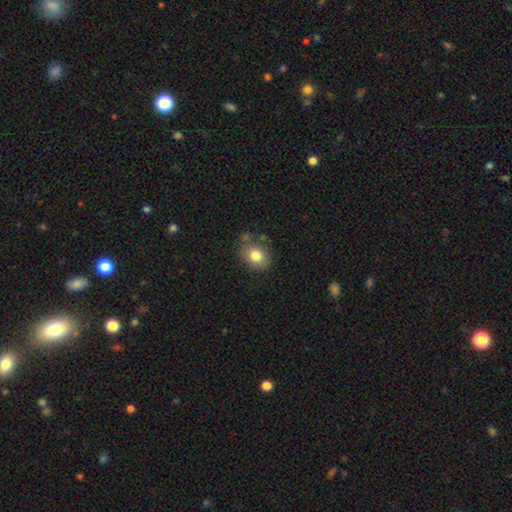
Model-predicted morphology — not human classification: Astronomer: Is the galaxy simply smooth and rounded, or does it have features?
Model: smooth — 81%.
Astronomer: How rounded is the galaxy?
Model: in between — 50% (runner-up: round, 49%).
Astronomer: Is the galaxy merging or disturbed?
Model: none — 72%.